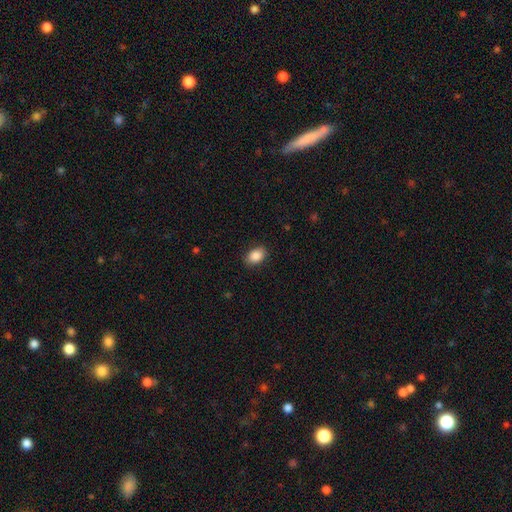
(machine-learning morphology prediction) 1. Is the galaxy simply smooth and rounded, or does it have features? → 88% smooth, 8% star or artifact, 4% featured or disk.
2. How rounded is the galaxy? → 82% in between, 17% round, 1% cigar-shaped.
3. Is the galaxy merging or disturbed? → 87% none, 9% minor disturbance, 2% major disturbance, 1% merger.